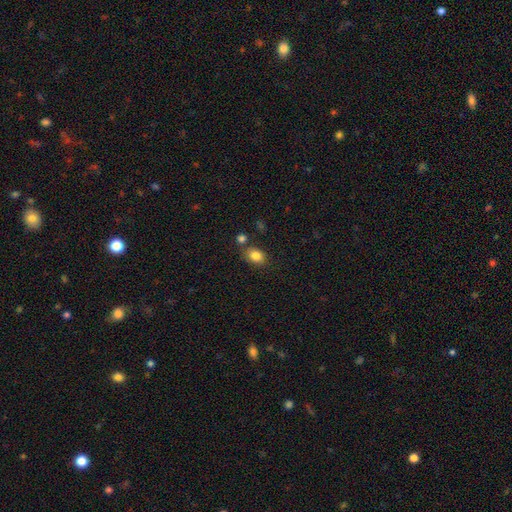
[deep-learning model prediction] smooth 84%, star or artifact 9%, featured or disk 7%. Down the decision tree: how rounded — in between (68%); merging — none (72%).